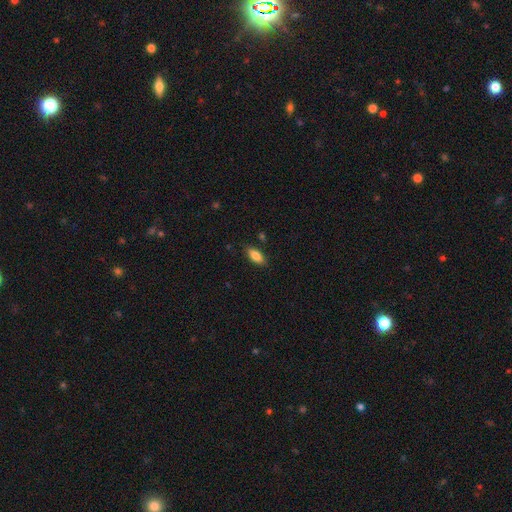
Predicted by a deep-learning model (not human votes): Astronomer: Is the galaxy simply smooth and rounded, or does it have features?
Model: smooth — 84%.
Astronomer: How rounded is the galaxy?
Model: in between — 83%.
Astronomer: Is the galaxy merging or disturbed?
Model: none — 85%.